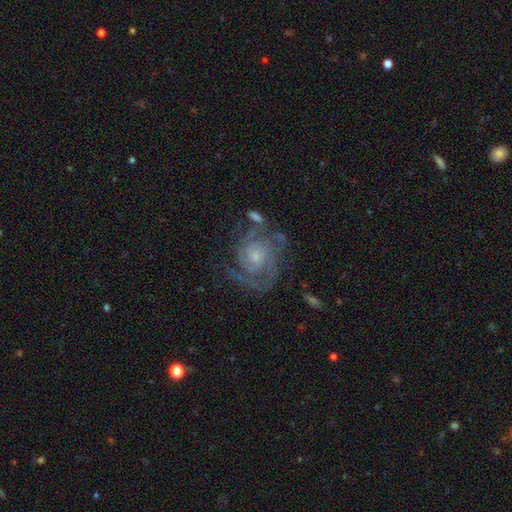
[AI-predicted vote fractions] This appears to be a featured or disk galaxy (83%) with no bar (73%), 2 (47%) tight (56%) spiral arms (95%) and a small central bulge (62%). Merging: none (68%).